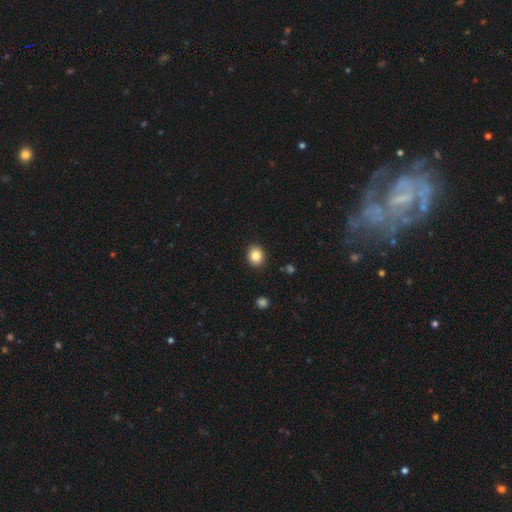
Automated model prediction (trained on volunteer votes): Q: Smooth or featured?
A: smooth (84%); runner-up: star or artifact (10%)
Q: How rounded?
A: round (67%); runner-up: in between (32%)
Q: Merging?
A: none (91%); runner-up: minor disturbance (6%)